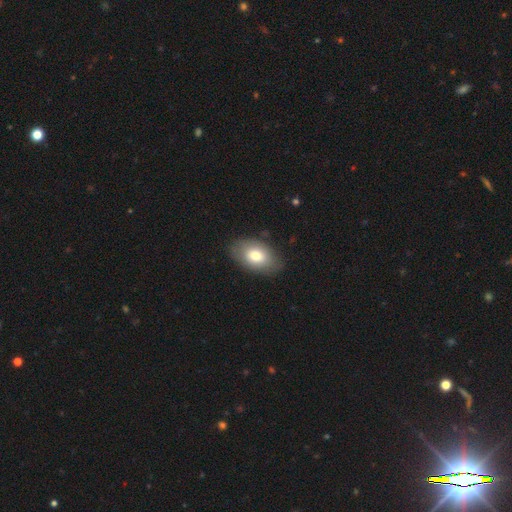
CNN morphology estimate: Smooth or featured? Predicted: smooth (p=0.75). How rounded? Predicted: in between (p=0.90). Merging? Predicted: none (p=0.82).